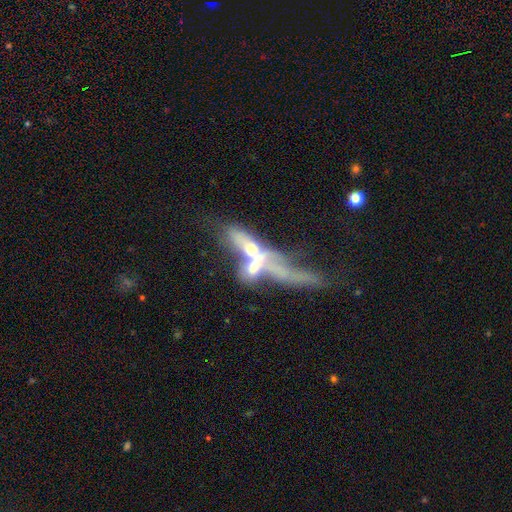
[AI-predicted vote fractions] A featured or disk galaxy (58%). Merging: merger (66%).